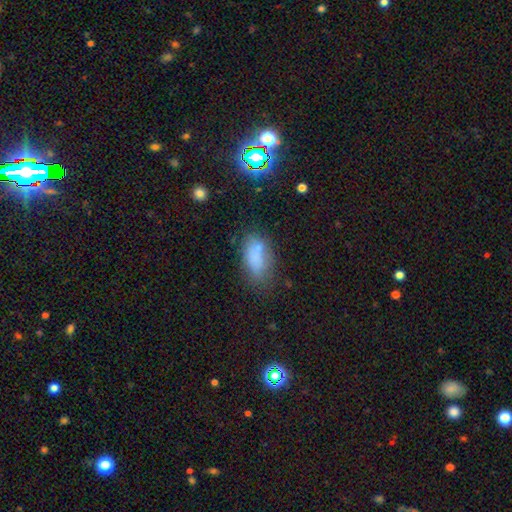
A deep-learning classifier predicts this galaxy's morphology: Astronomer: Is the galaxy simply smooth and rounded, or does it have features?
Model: smooth — 74%.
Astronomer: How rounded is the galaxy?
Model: in between — 88%.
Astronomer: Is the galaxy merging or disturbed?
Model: none — 55%.